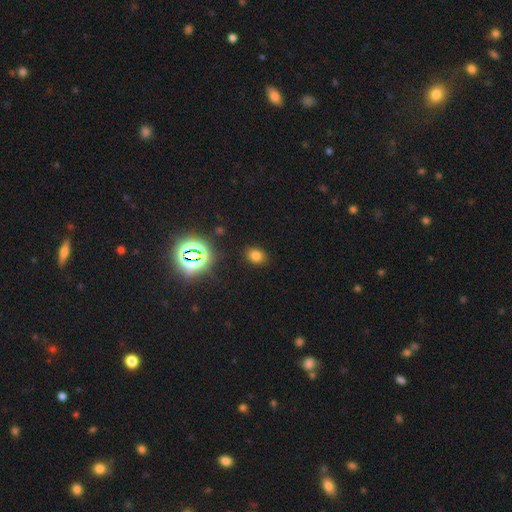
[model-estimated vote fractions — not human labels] Morphology: type=smooth (71%); roundness=in between (56%); merging=none (86%).